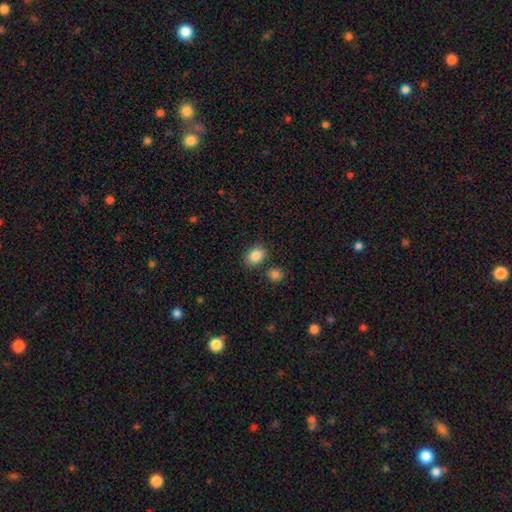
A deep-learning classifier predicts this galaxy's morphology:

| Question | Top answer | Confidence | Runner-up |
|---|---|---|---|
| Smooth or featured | smooth | 86% | star or artifact (9%) |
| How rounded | in between | 62% | round (37%) |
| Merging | none | 79% | minor disturbance (11%) |